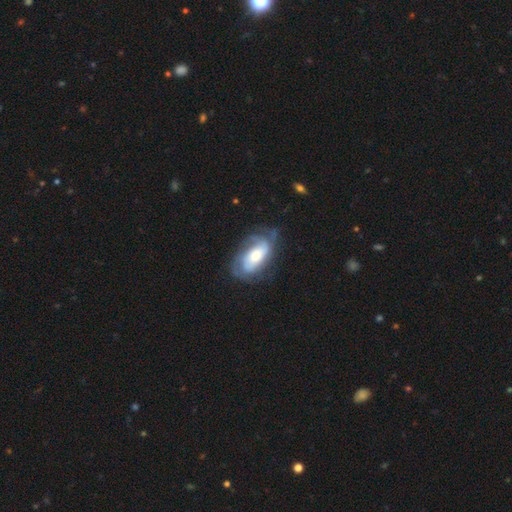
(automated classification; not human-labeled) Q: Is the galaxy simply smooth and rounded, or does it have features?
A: featured or disk — 65%.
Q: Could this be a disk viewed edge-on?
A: no — 93%.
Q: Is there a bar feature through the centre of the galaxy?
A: no — 61%.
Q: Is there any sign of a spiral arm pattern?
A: yes — 82%.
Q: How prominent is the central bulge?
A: moderate — 50%.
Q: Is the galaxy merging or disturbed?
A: none — 58%.